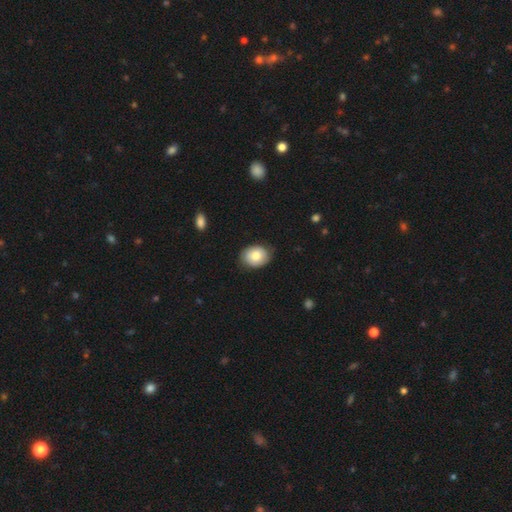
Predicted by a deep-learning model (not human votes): Smooth or featured? smooth (80%)
How rounded? in between (61%)
Merging? none (82%)